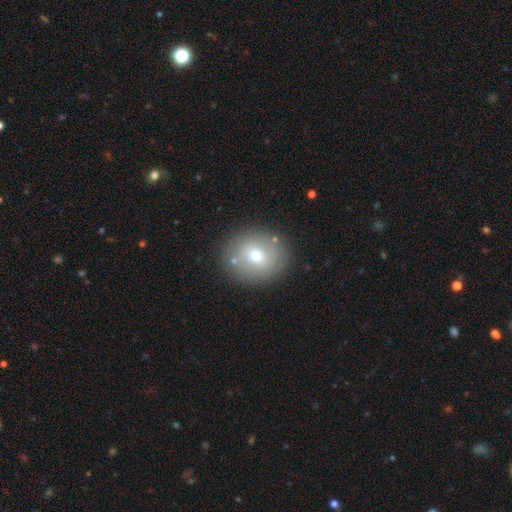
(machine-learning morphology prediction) Smooth or featured?
  - smooth: 68% *
  - featured or disk: 21%
  - star or artifact: 11%
How rounded?
  - round: 76% *
  - in between: 24%
  - cigar-shaped: 1%
Merging?
  - none: 84% *
  - minor disturbance: 9%
  - merger: 4%
  - major disturbance: 3%